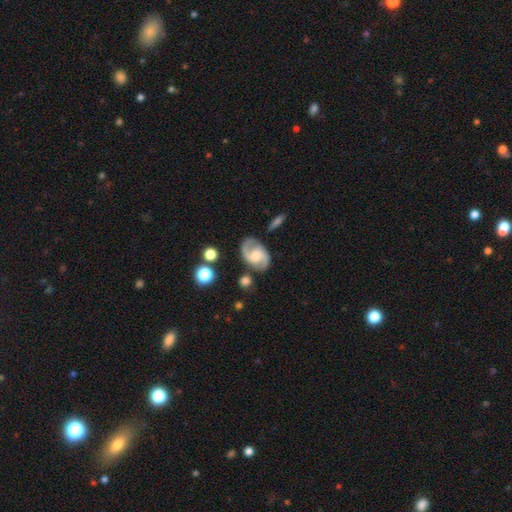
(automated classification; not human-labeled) Smooth or featured: featured or disk — 83% (smooth — 11%)
Edge-on disk: no — 97% (yes — 3%)
Bar: no — 48% (weak — 42%)
Spiral arms: yes — 96% (no — 4%)
Spiral winding: medium — 56% (loose — 25%)
Spiral arm count: 2 — 92% (can't tell — 3%)
Bulge size: moderate — 53% (small — 26%)
Merging: none — 76% (minor disturbance — 15%)